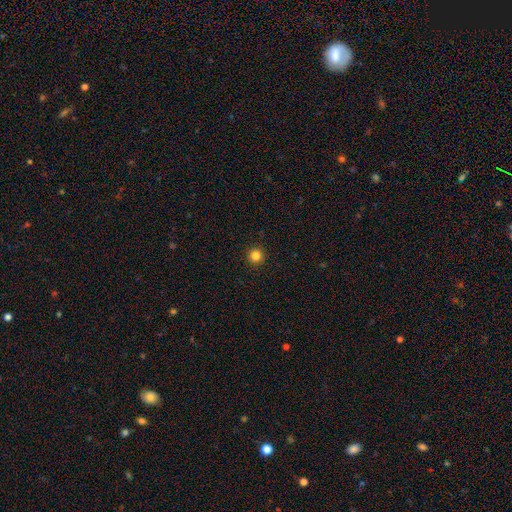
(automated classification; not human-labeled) Smooth or featured? smooth (83%)
How rounded? round (96%)
Merging? none (94%)